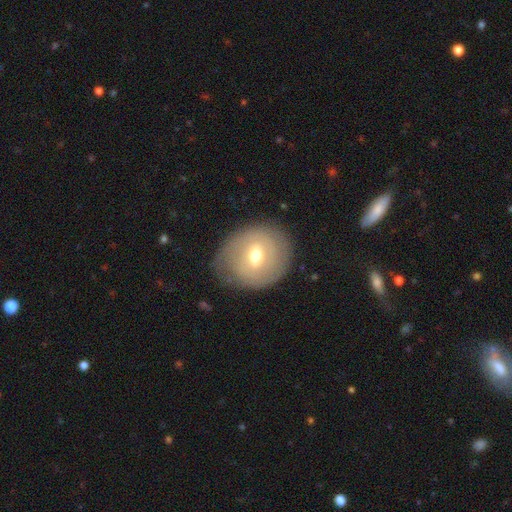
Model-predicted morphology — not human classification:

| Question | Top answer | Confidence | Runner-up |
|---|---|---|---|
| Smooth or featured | featured or disk | 51% | smooth (42%) |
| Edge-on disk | no | 94% | yes (6%) |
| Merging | none | 74% | minor disturbance (18%) |